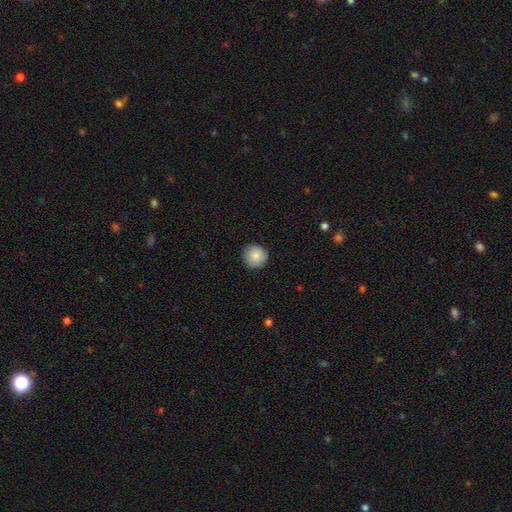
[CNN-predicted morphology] type=smooth (85%); roundness=round (94%); merging=none (87%).